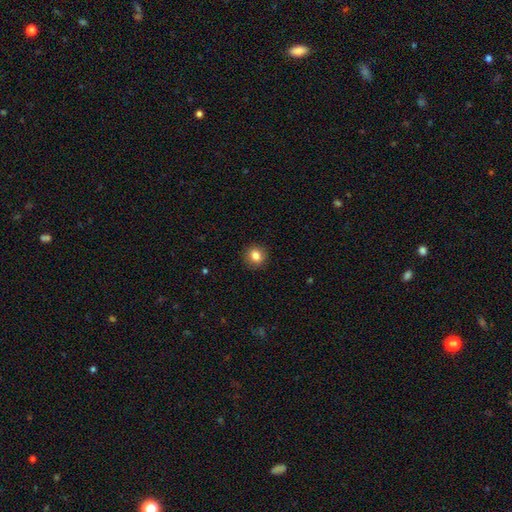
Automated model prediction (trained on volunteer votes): Overall: smooth (84%). How rounded: round (85%). Merging: none (91%).